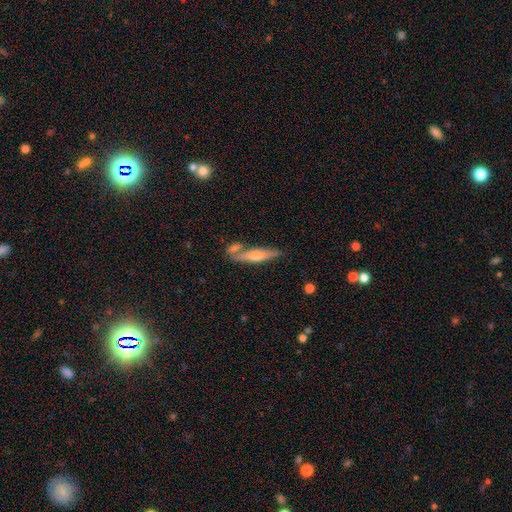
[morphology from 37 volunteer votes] Overall: featured or disk (73%). Edge-on disk: yes (93%). Edge-on bulge: rounded (84%). Merging: none (54%; merger 34%).